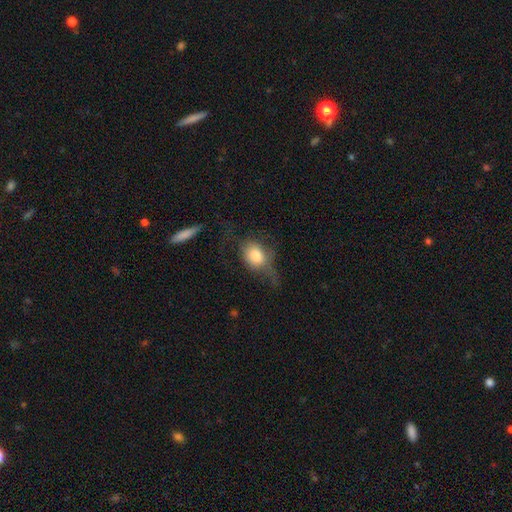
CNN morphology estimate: Overall: smooth (73%). How rounded: in between (50%; round 47%). Merging: none (36%; major disturbance 33%).